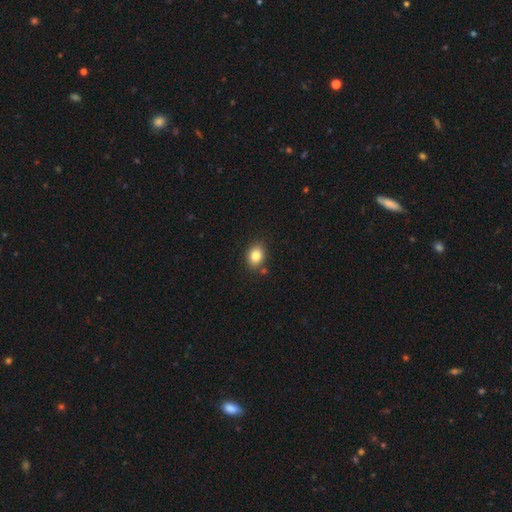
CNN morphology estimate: A smooth galaxy with no disk features (83%) that is in between round and cigar-shaped (62%).

Vote fractions:
- Smooth or featured? smooth: 83% / star or artifact: 10% / featured or disk: 7%
- How rounded? in between: 62% / round: 37% / cigar-shaped: 1%
- Merging? none: 83% / minor disturbance: 10% / merger: 4% / major disturbance: 2%